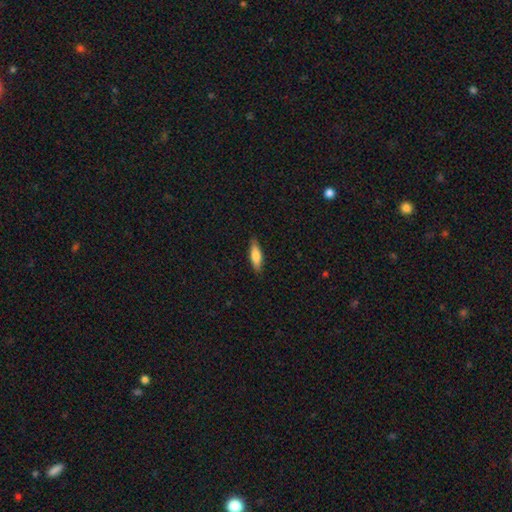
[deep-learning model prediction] Q: Smooth or featured?
A: smooth (73%); runner-up: featured or disk (21%)
Q: How rounded?
A: cigar-shaped (53%); runner-up: in between (45%)
Q: Merging?
A: none (87%); runner-up: minor disturbance (10%)